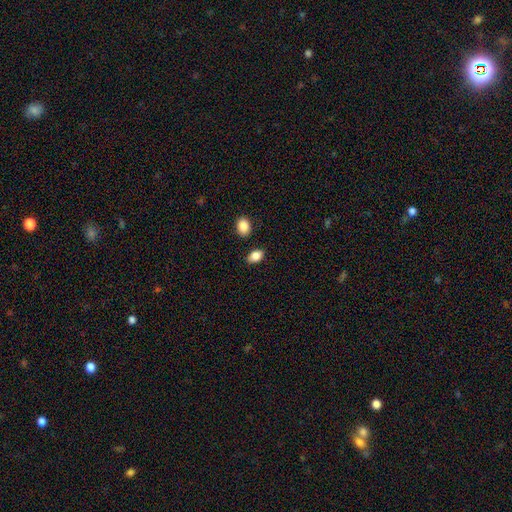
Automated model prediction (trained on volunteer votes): smooth_or_featured: smooth (p=0.86) [alt: star or artifact p=0.08]
how_rounded: in between (p=0.84) [alt: round p=0.15]
merging: none (p=0.82) [alt: minor disturbance p=0.11]